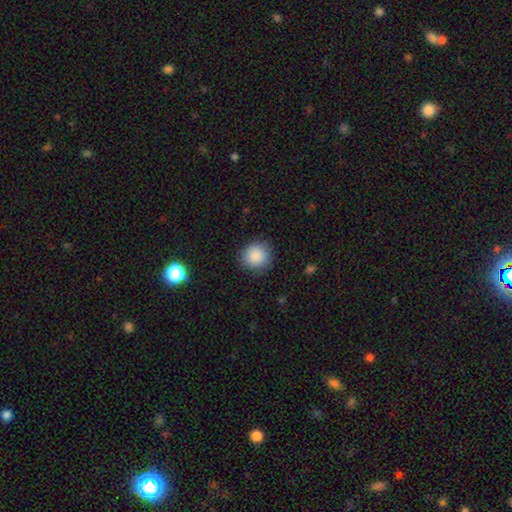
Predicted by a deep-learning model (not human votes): This is clearly a smooth galaxy (88%). How rounded: clearly round (93%). Merging: clearly none (88%).